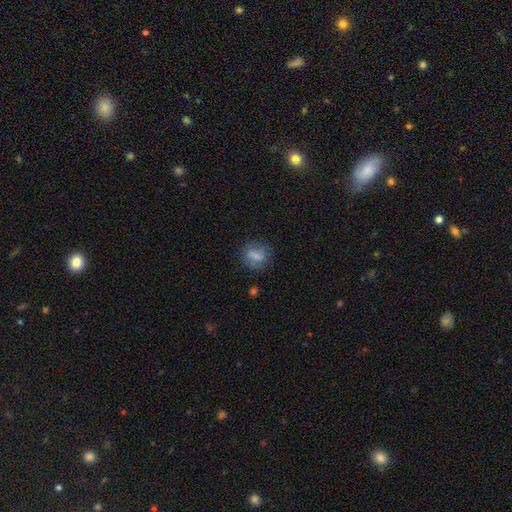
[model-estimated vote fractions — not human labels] The model was most divided on "how rounded": in between: 52%, round: 43%, cigar-shaped: 5%. More confident: smooth or featured — smooth (77%); merging — none (74%).